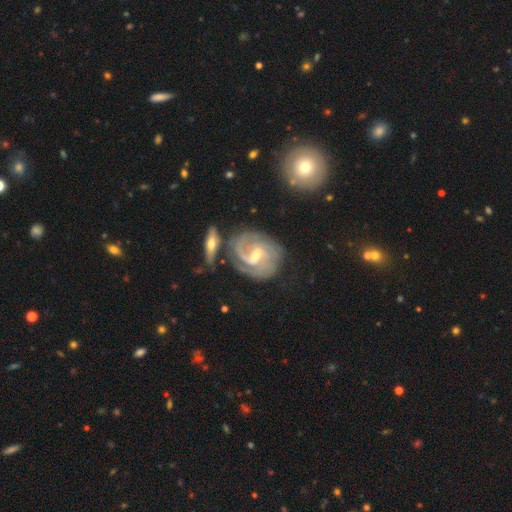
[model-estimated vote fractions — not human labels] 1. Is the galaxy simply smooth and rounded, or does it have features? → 88% featured or disk, 7% smooth, 5% star or artifact.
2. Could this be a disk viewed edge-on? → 97% no, 3% yes.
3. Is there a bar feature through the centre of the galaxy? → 58% weak, 23% strong, 20% no.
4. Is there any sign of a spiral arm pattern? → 97% yes, 3% no.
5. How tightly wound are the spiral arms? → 52% tight, 39% medium, 10% loose.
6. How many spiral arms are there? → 46% 2, 23% 3, 17% can't tell, 6% 4, 5% 1, 4% more than 4.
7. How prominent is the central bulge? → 48% moderate, 46% small, 2% large, 2% none, 1% dominant.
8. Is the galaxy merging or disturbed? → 63% none, 18% minor disturbance, 10% merger, 9% major disturbance.